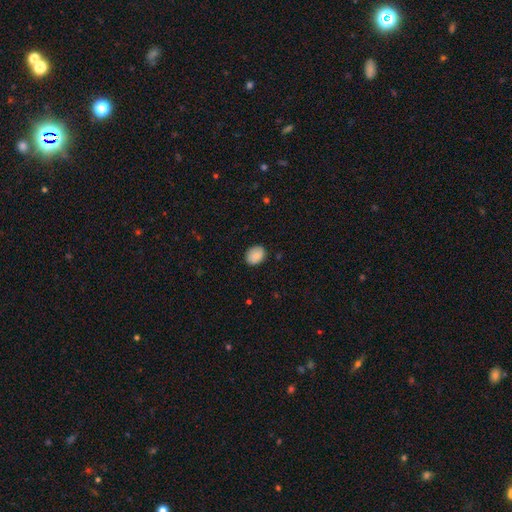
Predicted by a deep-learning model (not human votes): This is clearly a smooth galaxy (84%). How rounded: possibly in between (56%). Merging: clearly none (82%).